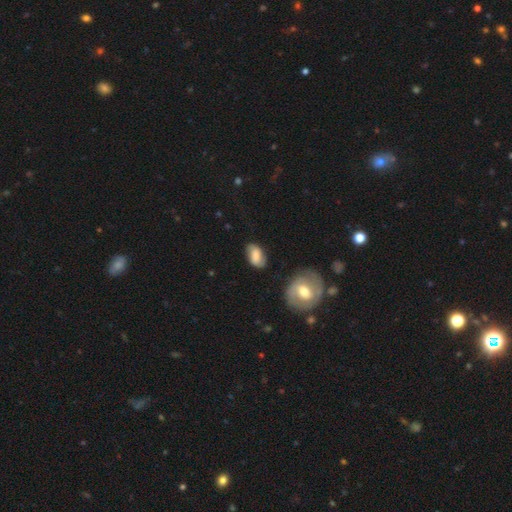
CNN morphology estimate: A smooth galaxy with no disk features (62%) that is in between round and cigar-shaped (89%). Merging: none (73%).